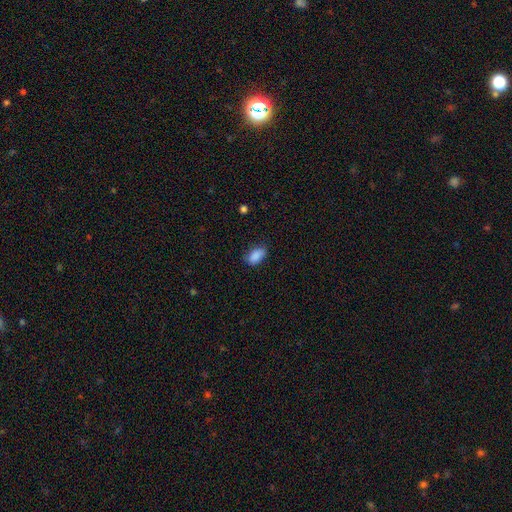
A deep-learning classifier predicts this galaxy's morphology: This appears to be a smooth galaxy with no disk features (88%) that is in between round and cigar-shaped (91%). Merging: none (72%).